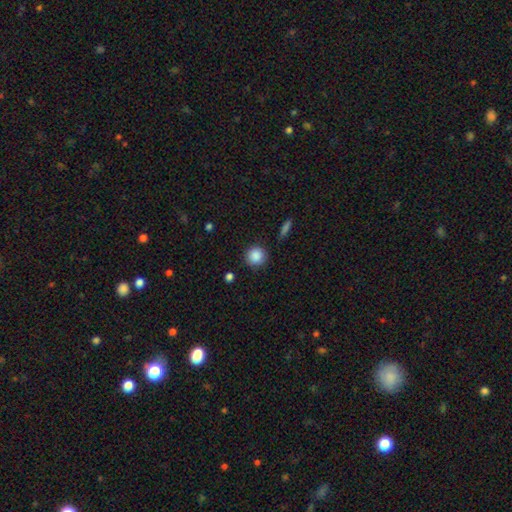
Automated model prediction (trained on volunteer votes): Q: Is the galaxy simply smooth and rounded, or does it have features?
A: smooth — 88%.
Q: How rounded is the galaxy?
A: round — 93%.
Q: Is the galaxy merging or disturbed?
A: none — 88%.